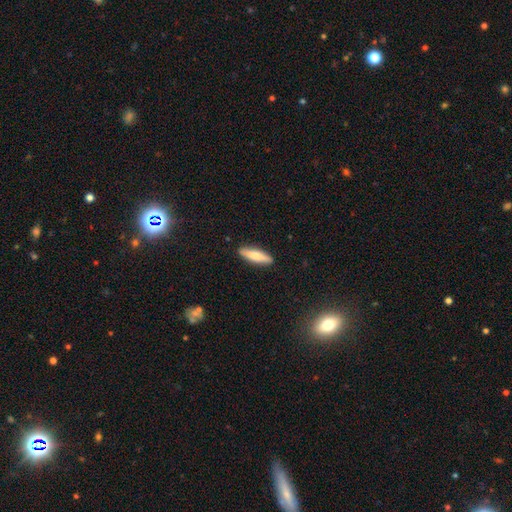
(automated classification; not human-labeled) The model was most divided on "how rounded": cigar-shaped: 67%, in between: 32%, round: 2%. More confident: merging — none (90%); smooth or featured — smooth (71%).